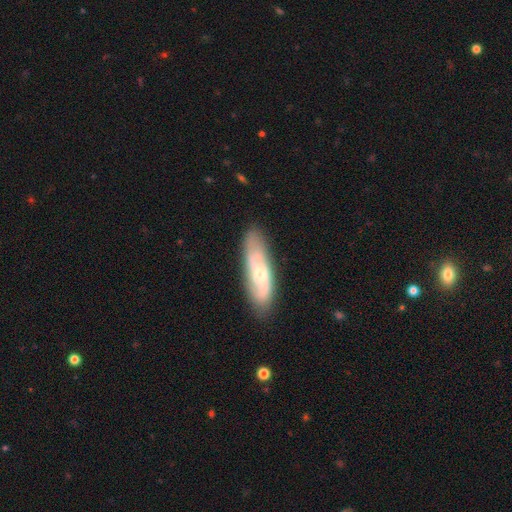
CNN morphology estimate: Smooth or featured?
  - featured or disk: 51% *
  - smooth: 38%
  - star or artifact: 11%
Edge-on disk?
  - no: 63% *
  - yes: 37%
Merging?
  - none: 83% *
  - minor disturbance: 13%
  - major disturbance: 3%
  - merger: 2%